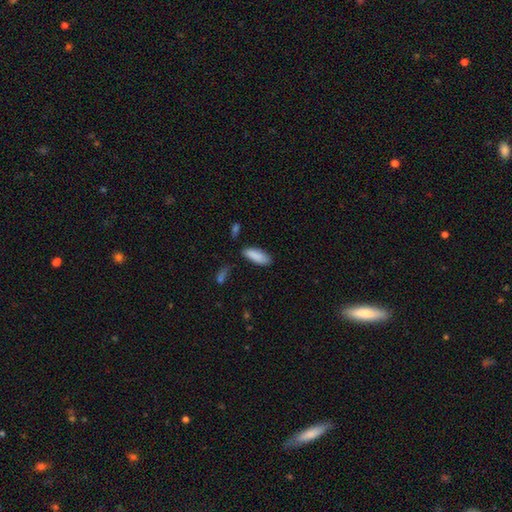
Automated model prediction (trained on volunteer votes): This appears to be a smooth galaxy with no disk features (88%) that is in between round and cigar-shaped (71%). Merging: none (77%).